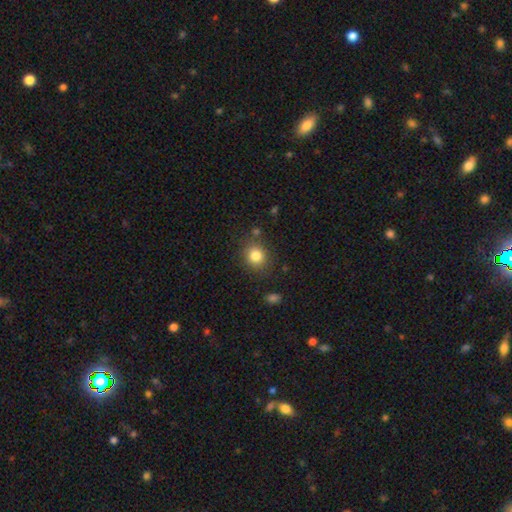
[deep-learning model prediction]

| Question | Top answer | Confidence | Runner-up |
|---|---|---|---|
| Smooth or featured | smooth | 82% | star or artifact (11%) |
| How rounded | round | 79% | in between (20%) |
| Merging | none | 83% | minor disturbance (10%) |